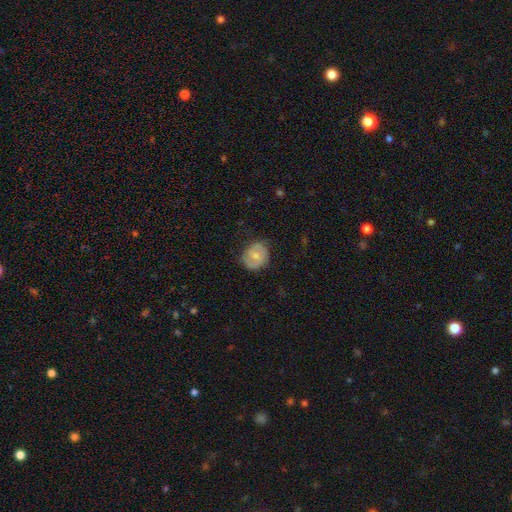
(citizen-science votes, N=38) Q: Smooth or featured?
A: featured or disk (63%); runner-up: smooth (34%)
Q: Edge-on disk?
A: no (96%); runner-up: yes (4%)
Q: Bar?
A: weak (52%); runner-up: no (30%)
Q: Spiral arms?
A: yes (87%); runner-up: no (13%)
Q: Spiral winding?
A: tight (60%); runner-up: medium (25%)
Q: Spiral arm count?
A: 2 (90%); runner-up: 1 (5%)
Q: Bulge size?
A: moderate (43%); tied with: small (43%)
Q: Merging?
A: none (84%); runner-up: minor disturbance (14%)